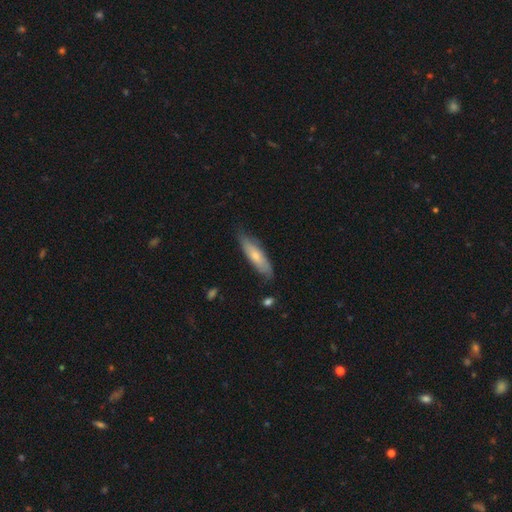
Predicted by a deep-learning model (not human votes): This appears to be a smooth galaxy with no disk features (61%) that is cigar-shaped (64%). Merging: none (72%).